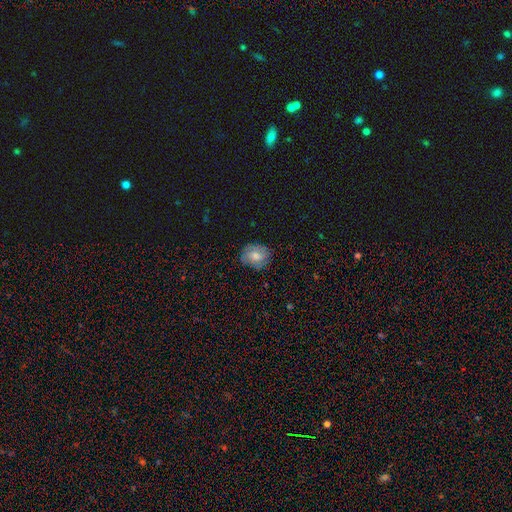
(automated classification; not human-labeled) smooth 65%, featured or disk 27%, star or artifact 9%. Down the decision tree: how rounded — round (55%); merging — none (75%).